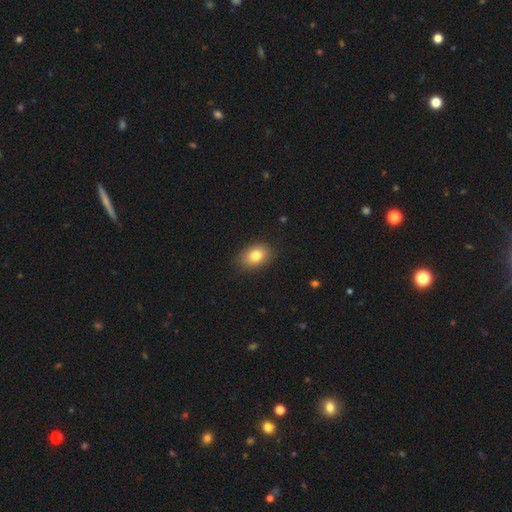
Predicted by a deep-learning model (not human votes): Morphology: type=smooth (81%); roundness=in between (72%); merging=none (87%).